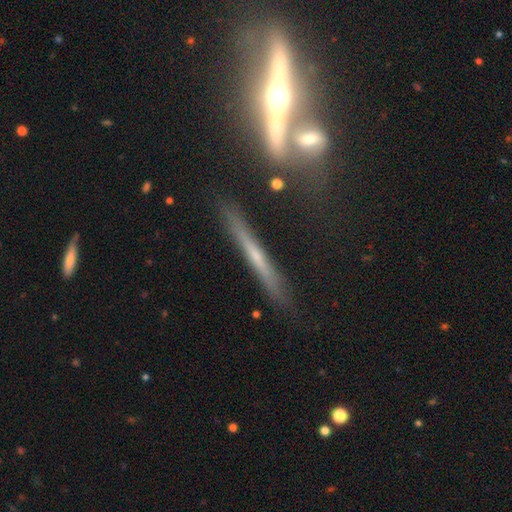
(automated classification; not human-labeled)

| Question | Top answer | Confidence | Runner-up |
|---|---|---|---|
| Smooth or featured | featured or disk | 59% | smooth (31%) |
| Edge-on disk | yes | 93% | no (7%) |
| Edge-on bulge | none | 59% | rounded (34%) |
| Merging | none | 77% | minor disturbance (12%) |